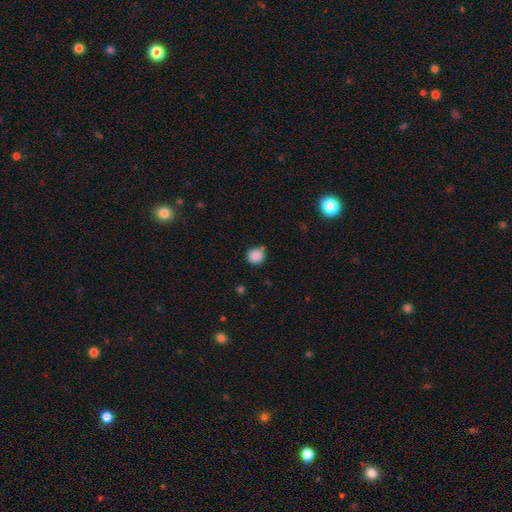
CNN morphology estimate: smooth_or_featured: smooth (p=0.87) [alt: star or artifact p=0.10]
how_rounded: round (p=0.88) [alt: in between p=0.11]
merging: none (p=0.74) [alt: minor disturbance p=0.14]